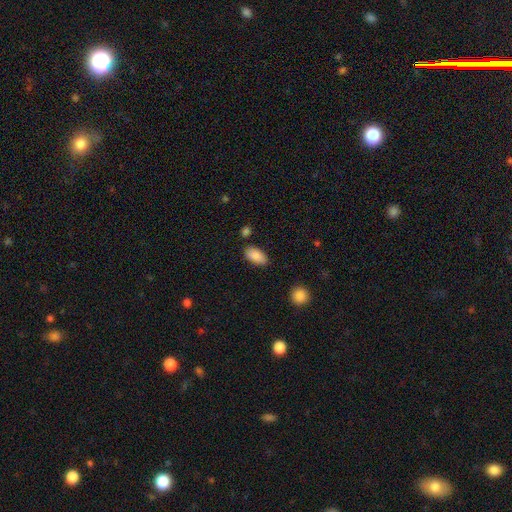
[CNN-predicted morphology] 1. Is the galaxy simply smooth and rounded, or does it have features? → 87% smooth, 7% star or artifact, 6% featured or disk.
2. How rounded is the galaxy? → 94% in between, 4% cigar-shaped, 3% round.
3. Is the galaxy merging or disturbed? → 80% none, 14% minor disturbance, 3% merger, 3% major disturbance.